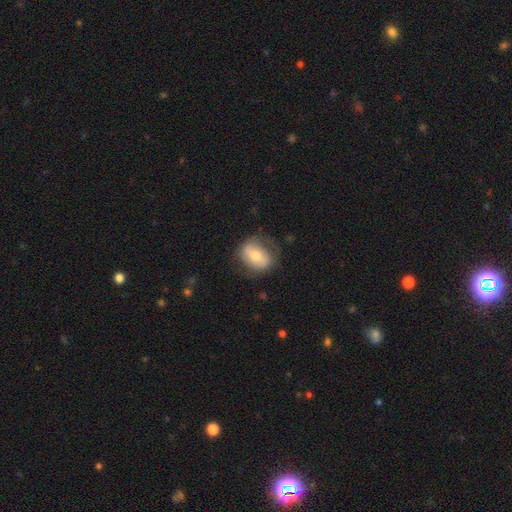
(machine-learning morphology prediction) The model was most divided on "smooth or featured": smooth: 55%, featured or disk: 38%, star or artifact: 7%. More confident: merging — none (65%); how rounded — in between (60%).